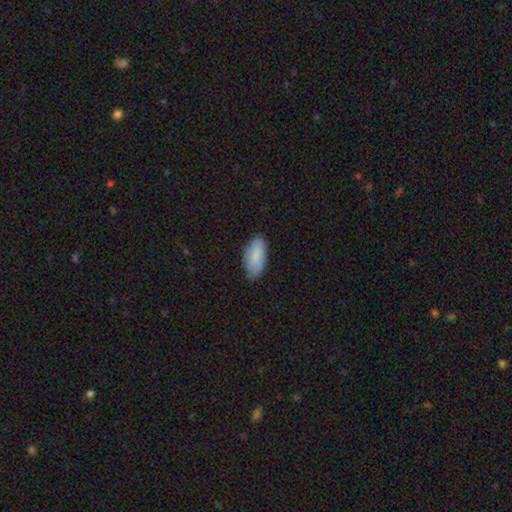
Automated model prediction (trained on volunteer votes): smooth-or-featured: smooth: 85% | featured or disk: 9% | star or artifact: 6%
  how-rounded: in between: 91% | cigar-shaped: 7% | round: 2%
  merging: none: 78% | minor disturbance: 18% | major disturbance: 3% | merger: 1%